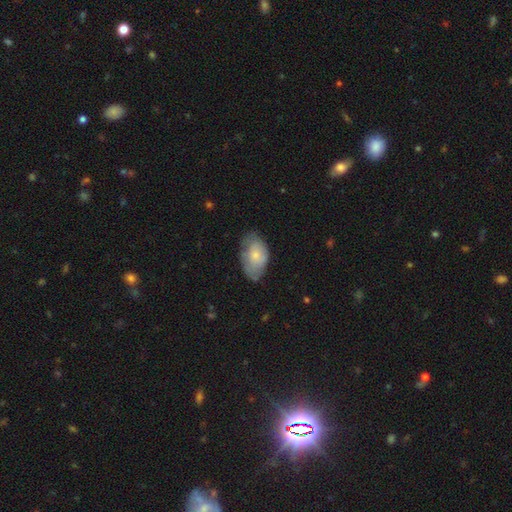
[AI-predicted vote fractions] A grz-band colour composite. It shows a smooth galaxy with no disk features (70%) that is in between round and cigar-shaped (92%). Merging: none (57%).